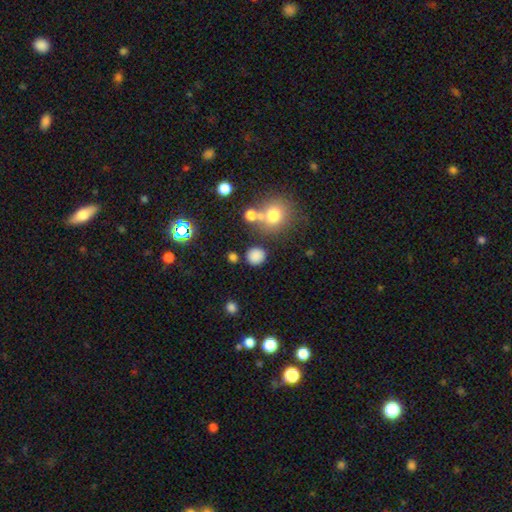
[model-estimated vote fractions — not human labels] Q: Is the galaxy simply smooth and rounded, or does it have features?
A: smooth — 80%.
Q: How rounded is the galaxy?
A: round — 88%.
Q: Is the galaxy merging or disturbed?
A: none — 81%.